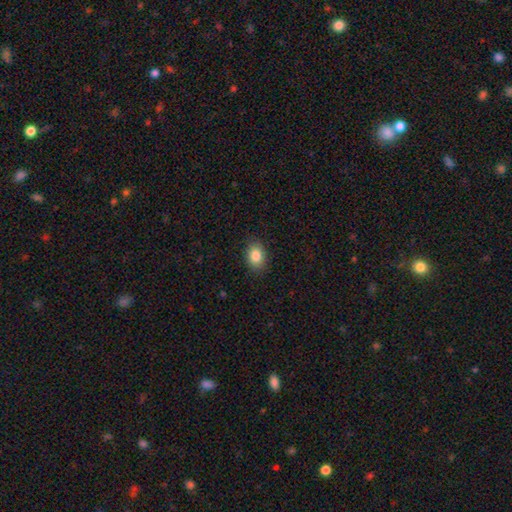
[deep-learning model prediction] smooth_or_featured: smooth (p=0.85) [alt: star or artifact p=0.08]
how_rounded: in between (p=0.73) [alt: round p=0.25]
merging: none (p=0.86) [alt: minor disturbance p=0.10]